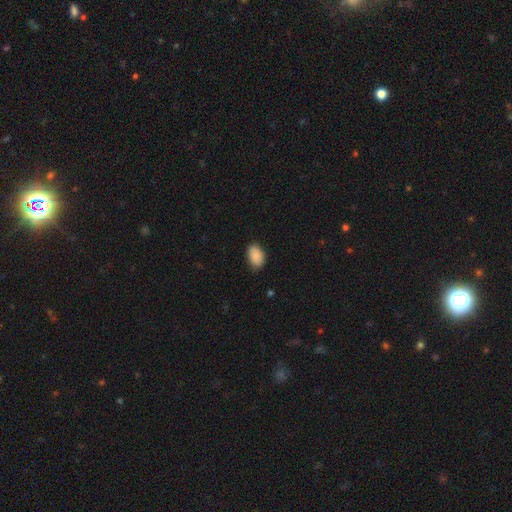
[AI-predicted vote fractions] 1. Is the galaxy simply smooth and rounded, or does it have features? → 88% smooth, 7% star or artifact, 5% featured or disk.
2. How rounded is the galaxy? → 90% in between, 9% round, 1% cigar-shaped.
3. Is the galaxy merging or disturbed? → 78% none, 18% minor disturbance, 3% major disturbance, 1% merger.